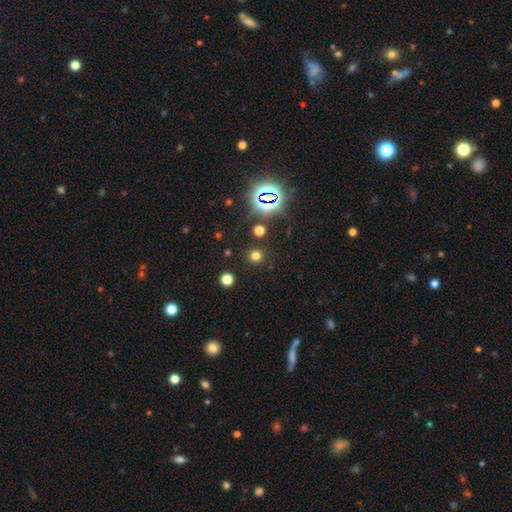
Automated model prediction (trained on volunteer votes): smooth 68%, star or artifact 26%, featured or disk 6%. Down the decision tree: how rounded — round (93%); merging — none (89%).